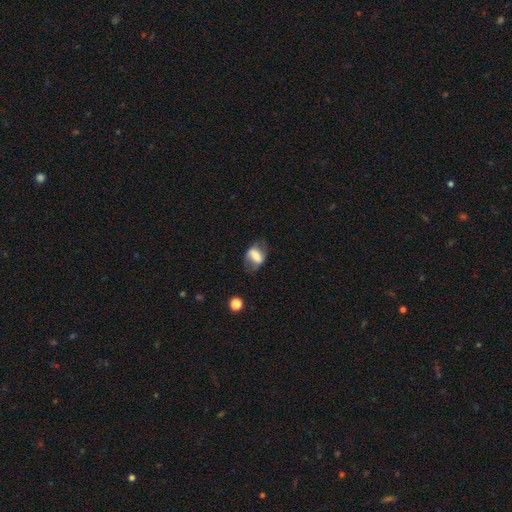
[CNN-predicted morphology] Smooth or featured? smooth (48%)
Merging? none (61%)